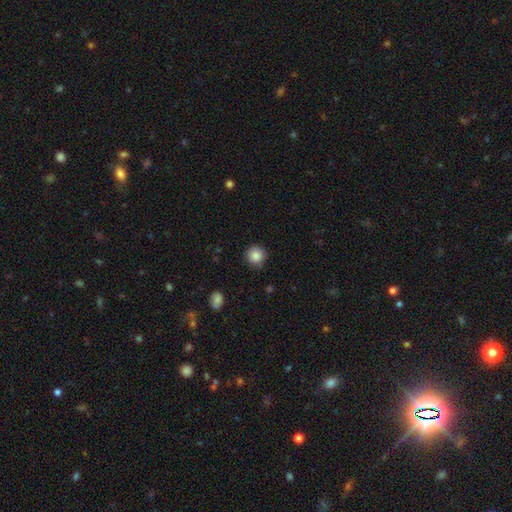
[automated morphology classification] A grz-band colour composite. It shows a smooth galaxy with no disk features (87%) that is round (93%). Merging: none (86%).